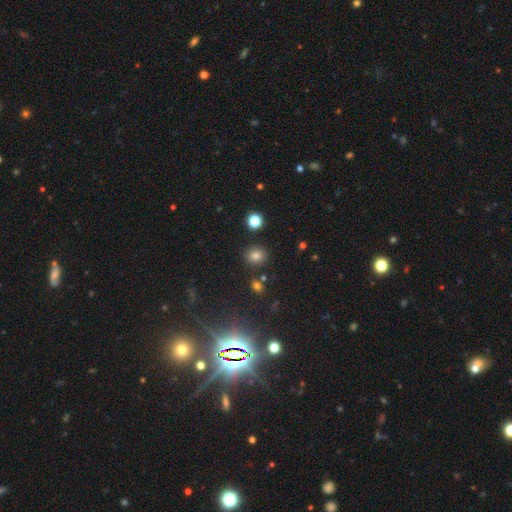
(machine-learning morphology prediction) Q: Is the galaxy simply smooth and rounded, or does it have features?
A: smooth — 80%.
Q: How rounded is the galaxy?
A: round — 79%.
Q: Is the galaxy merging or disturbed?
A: none — 85%.